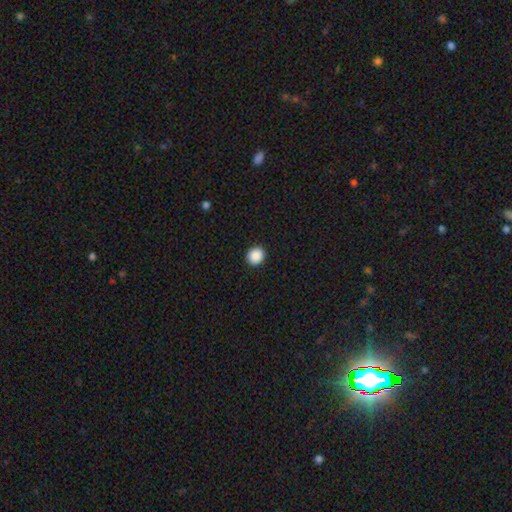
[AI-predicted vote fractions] Smooth or featured? smooth (89%)
How rounded? round (84%)
Merging? none (93%)